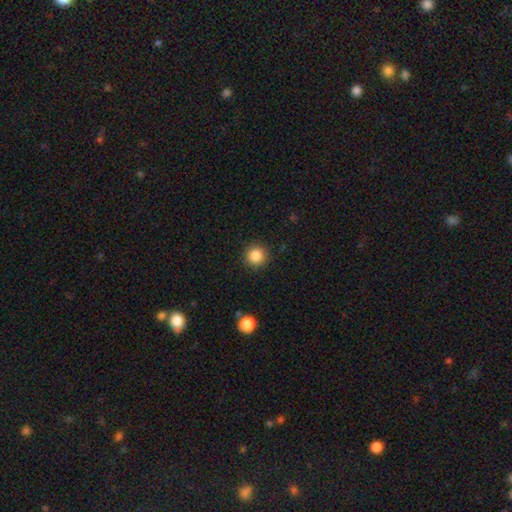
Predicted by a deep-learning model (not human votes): A smooth galaxy with no disk features (85%) that is round (95%). Merging: none (91%).